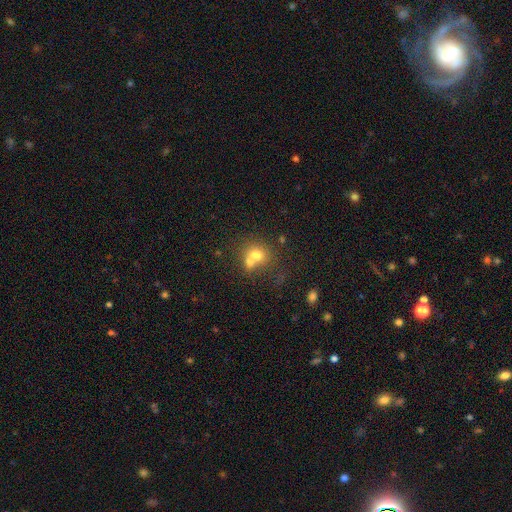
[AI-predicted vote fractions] The model was most divided on "merging": merger: 56%, none: 32%, minor disturbance: 8%, major disturbance: 4%. More confident: how rounded — round (72%); smooth or featured — smooth (68%).